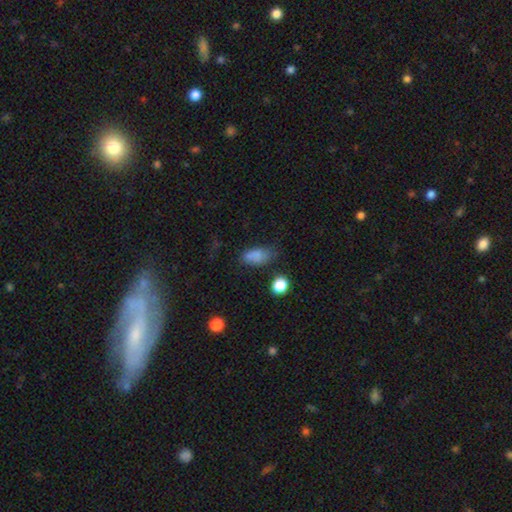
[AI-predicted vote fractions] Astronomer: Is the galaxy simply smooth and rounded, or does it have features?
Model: smooth — 77%.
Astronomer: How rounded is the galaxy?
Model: in between — 85%.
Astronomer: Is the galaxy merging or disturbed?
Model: none — 53%.